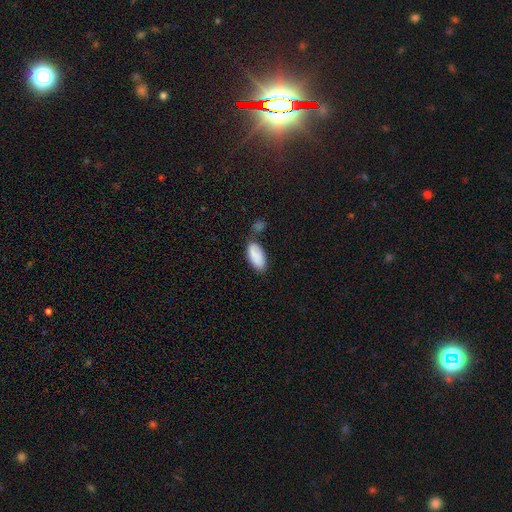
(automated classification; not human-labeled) Morphology: type=smooth (86%); roundness=in between (90%); merging=none (59%).